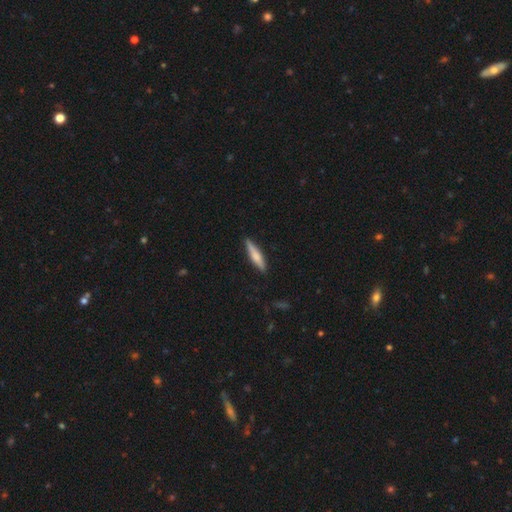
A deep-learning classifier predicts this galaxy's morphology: Smooth or featured? smooth (61%)
How rounded? cigar-shaped (86%)
Merging? none (89%)